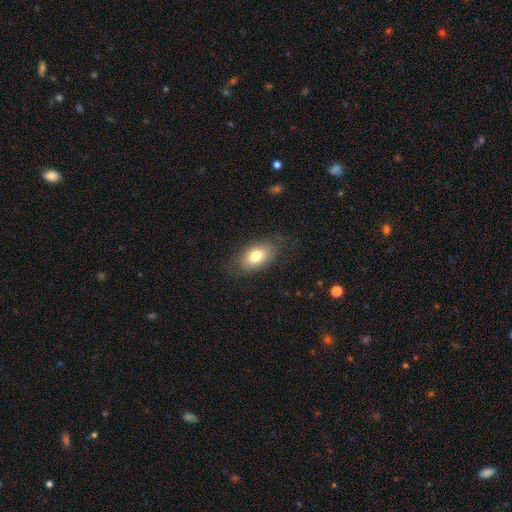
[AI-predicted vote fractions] Overall: smooth (75%). How rounded: in between (90%). Merging: none (78%).